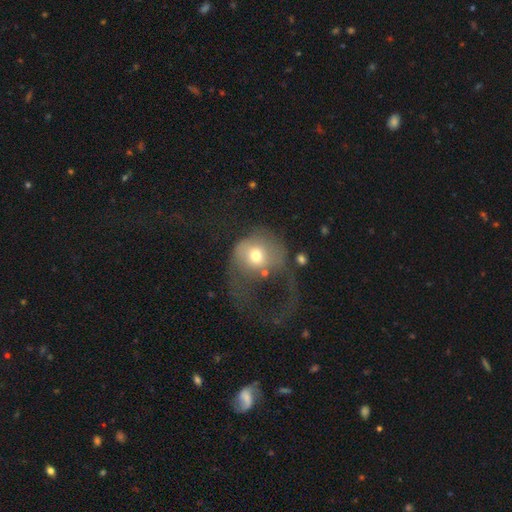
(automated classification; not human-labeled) A smooth galaxy with no disk features (59%) that is round (74%).

Vote fractions:
- Smooth or featured? smooth: 59% / featured or disk: 31% / star or artifact: 10%
- How rounded? round: 74% / in between: 25% / cigar-shaped: 1%
- Merging? major disturbance: 64% / none: 18% / minor disturbance: 12% / merger: 6%